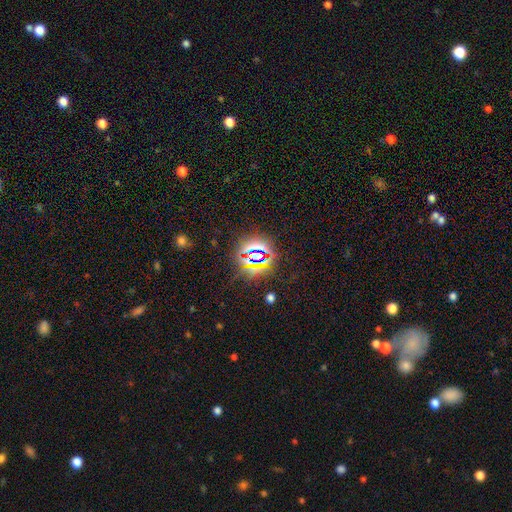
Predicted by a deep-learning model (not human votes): A star or artifact, not a galaxy (76%).